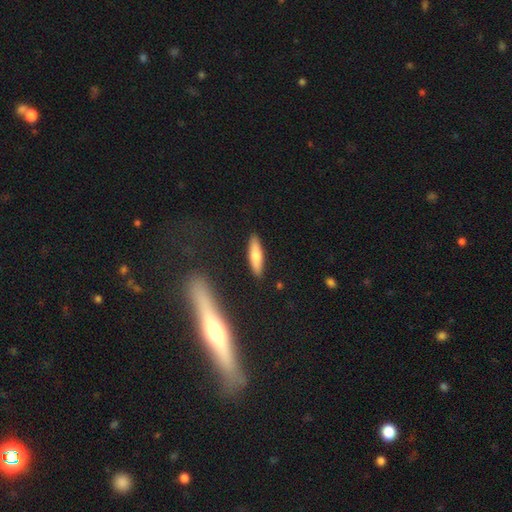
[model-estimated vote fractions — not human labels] This is likely a smooth galaxy (70%). How rounded: likely cigar-shaped (68%). Merging: clearly none (88%).